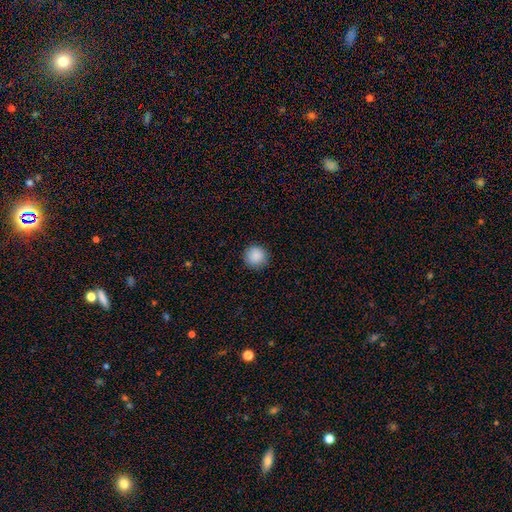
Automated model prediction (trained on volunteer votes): Morphology: type=smooth (89%); roundness=round (95%); merging=none (91%).